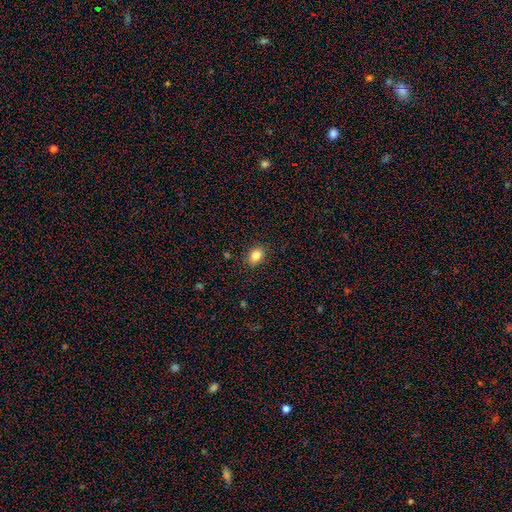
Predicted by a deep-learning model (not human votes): A smooth galaxy with no disk features (84%) that is in between round and cigar-shaped (62%).

Vote fractions:
- Smooth or featured? smooth: 84% / star or artifact: 10% / featured or disk: 6%
- How rounded? in between: 62% / round: 37% / cigar-shaped: 1%
- Merging? none: 87% / minor disturbance: 9% / major disturbance: 2% / merger: 1%